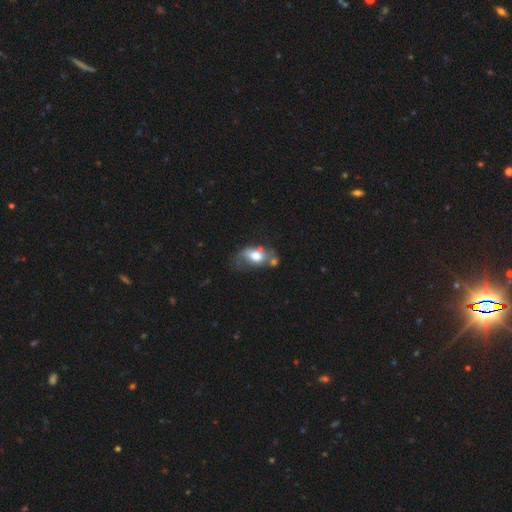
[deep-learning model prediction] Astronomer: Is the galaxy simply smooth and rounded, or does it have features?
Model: smooth — 65%.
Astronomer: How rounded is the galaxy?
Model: in between — 83%.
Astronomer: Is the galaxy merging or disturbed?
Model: none — 30% (runner-up: minor disturbance, 27%).